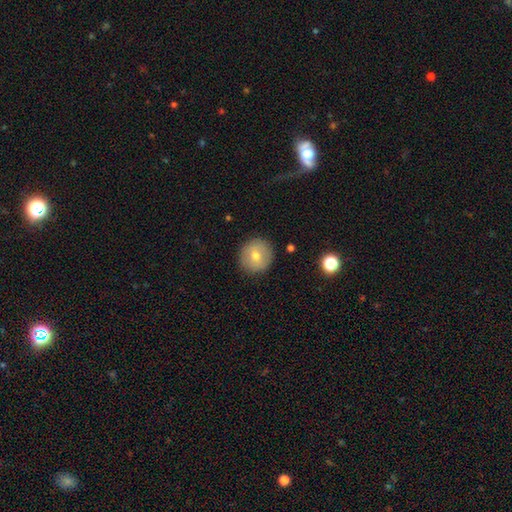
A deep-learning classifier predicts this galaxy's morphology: Smooth or featured? smooth (69%)
How rounded? round (94%)
Merging? none (90%)